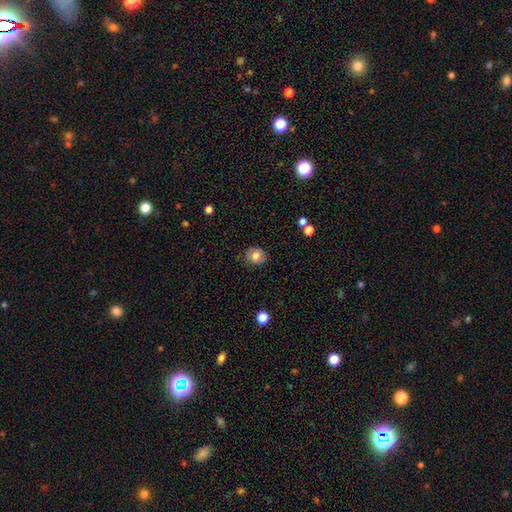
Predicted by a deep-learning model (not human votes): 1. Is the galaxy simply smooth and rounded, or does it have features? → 77% smooth, 13% featured or disk, 9% star or artifact.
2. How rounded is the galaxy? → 70% round, 29% in between, 1% cigar-shaped.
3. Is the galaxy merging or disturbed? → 83% none, 12% minor disturbance, 3% major disturbance, 1% merger.